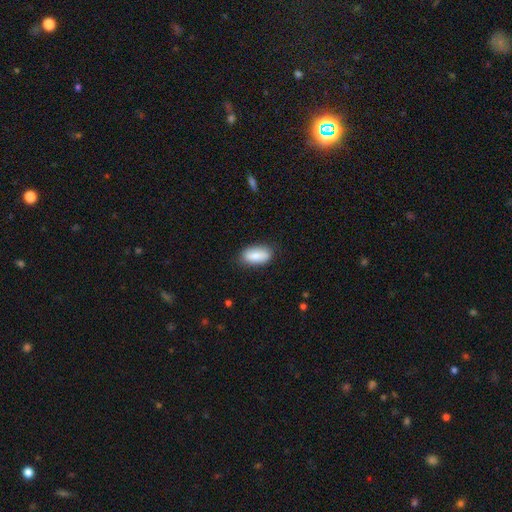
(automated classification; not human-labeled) This is likely a smooth galaxy (77%). How rounded: clearly in between (92%). Merging: clearly none (82%).